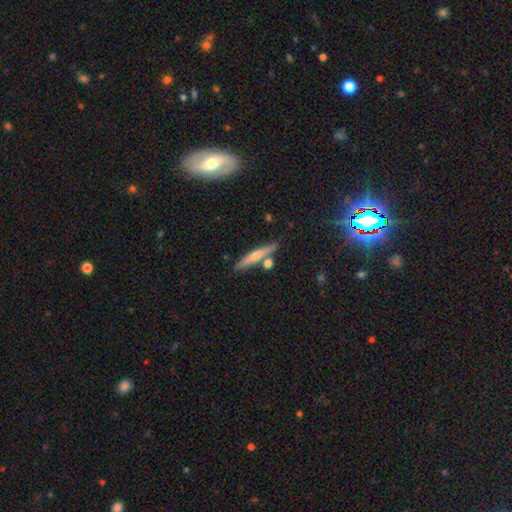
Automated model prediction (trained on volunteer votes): The model was most divided on "smooth or featured": smooth: 47%, featured or disk: 45%, star or artifact: 8%. More confident: merging — none (77%).